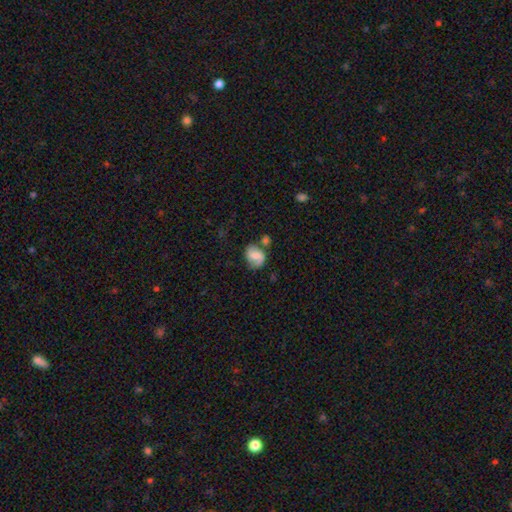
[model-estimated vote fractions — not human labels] Overall: smooth (53%; featured or disk 38%). How rounded: in between (52%; round 47%). Merging: none (51%; minor disturbance 24%).